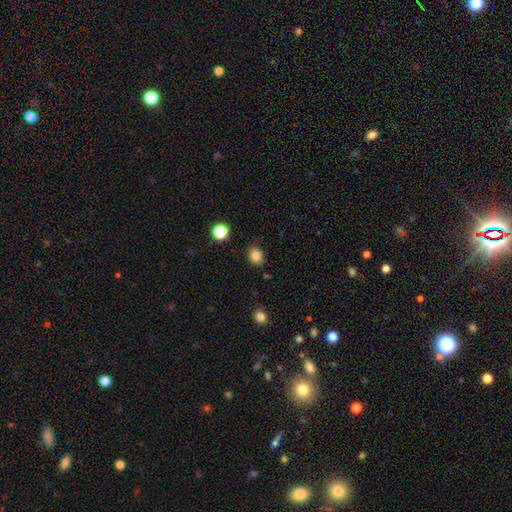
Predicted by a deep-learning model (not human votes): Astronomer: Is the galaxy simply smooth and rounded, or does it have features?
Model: smooth — 83%.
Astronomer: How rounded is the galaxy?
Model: round — 50% (runner-up: in between, 49%).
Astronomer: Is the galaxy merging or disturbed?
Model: none — 83%.